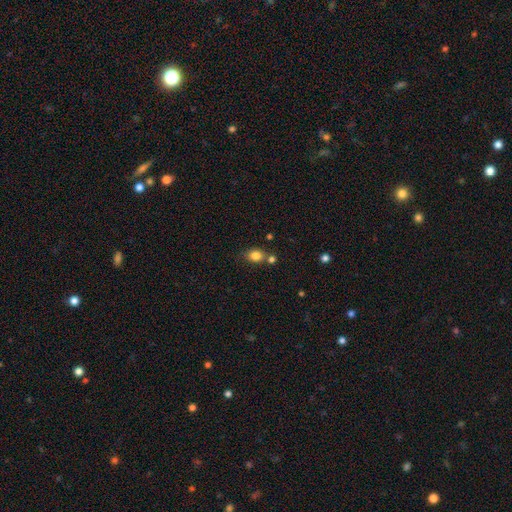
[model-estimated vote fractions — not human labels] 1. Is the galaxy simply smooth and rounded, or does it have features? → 82% smooth, 11% star or artifact, 7% featured or disk.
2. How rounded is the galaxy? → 53% in between, 46% round, 1% cigar-shaped.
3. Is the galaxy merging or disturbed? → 66% none, 17% merger, 14% minor disturbance, 4% major disturbance.